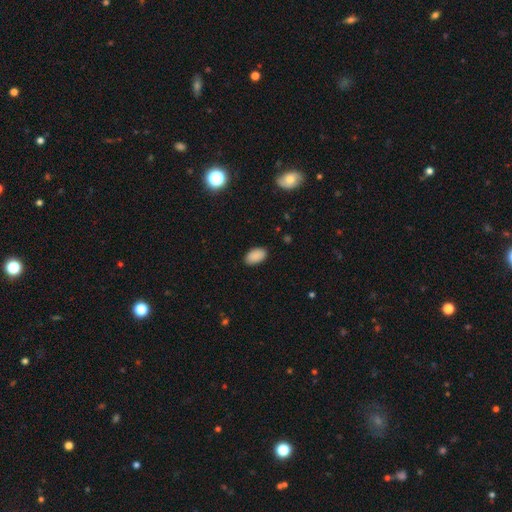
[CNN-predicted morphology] Overall: smooth (89%). How rounded: in between (94%). Merging: none (88%).